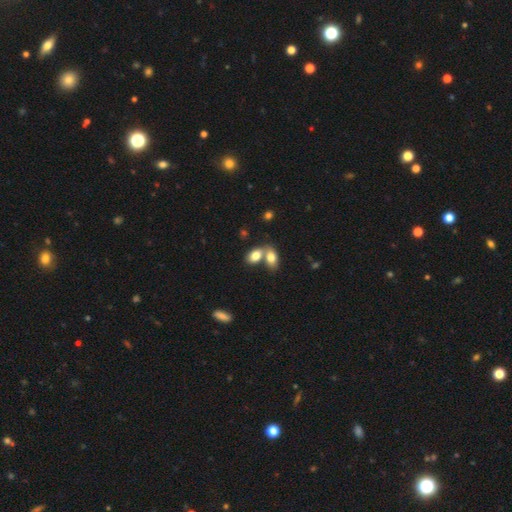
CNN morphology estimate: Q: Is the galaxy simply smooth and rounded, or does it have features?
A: smooth — 79%.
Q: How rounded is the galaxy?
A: in between — 88%.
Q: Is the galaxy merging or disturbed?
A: merger — 60%.